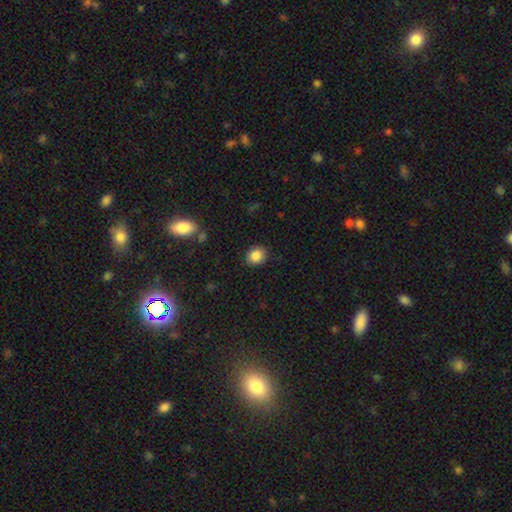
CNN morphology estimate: A smooth galaxy with no disk features (85%) that is round (65%).

Vote fractions:
- Smooth or featured? smooth: 85% / star or artifact: 10% / featured or disk: 6%
- How rounded? round: 65% / in between: 34% / cigar-shaped: 1%
- Merging? none: 87% / minor disturbance: 9% / major disturbance: 2% / merger: 1%